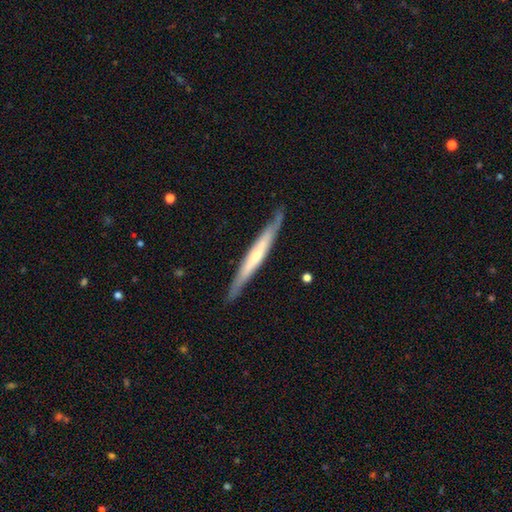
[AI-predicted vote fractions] Smooth or featured?
  - featured or disk: 64% *
  - smooth: 31%
  - star or artifact: 5%
Edge-on disk?
  - yes: 91% *
  - no: 9%
Edge-on bulge?
  - rounded: 50% *
  - none: 43%
  - boxy: 7%
Merging?
  - none: 84% *
  - minor disturbance: 12%
  - major disturbance: 2%
  - merger: 1%